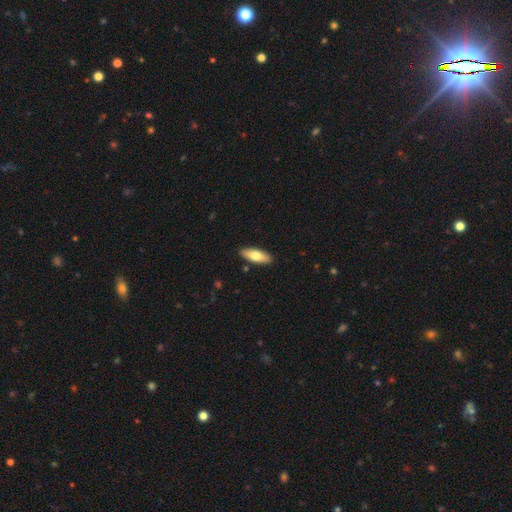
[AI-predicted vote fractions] A smooth galaxy with no disk features (73%) that is in between round and cigar-shaped (73%). Merging: none (89%).